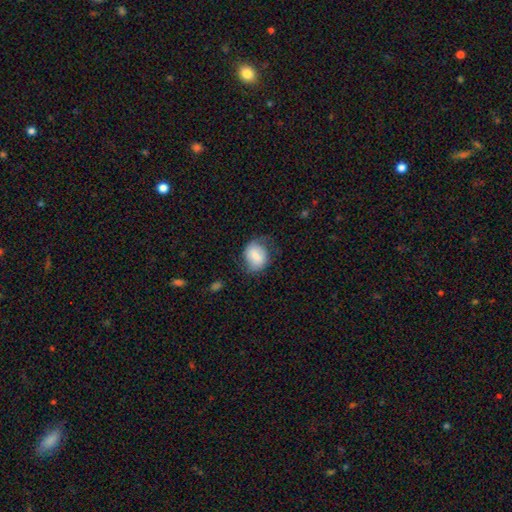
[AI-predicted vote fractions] smooth_or_featured: smooth (p=0.75) [alt: featured or disk p=0.17]
how_rounded: round (p=0.50) [alt: in between p=0.49]
merging: none (p=0.57) [alt: minor disturbance p=0.28]